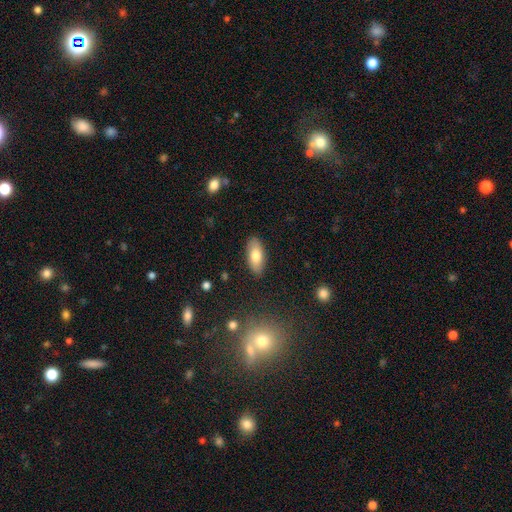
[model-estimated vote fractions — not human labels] The model was most divided on "smooth or featured": smooth: 78%, featured or disk: 16%, star or artifact: 6%. More confident: merging — none (88%); how rounded — in between (87%).